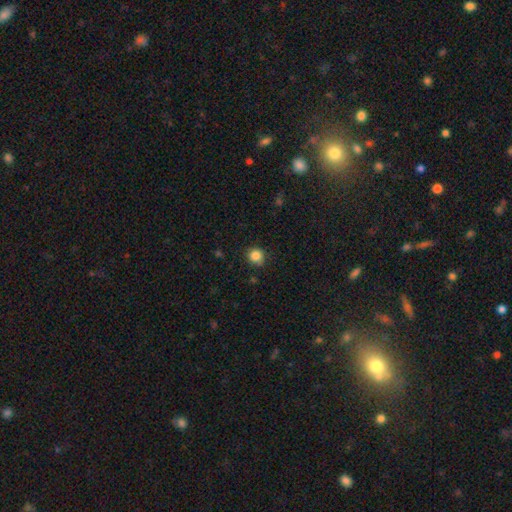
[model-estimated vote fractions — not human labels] The model was most divided on "merging": none: 84%, minor disturbance: 12%, major disturbance: 3%, merger: 2%. More confident: how rounded — round (91%); smooth or featured — smooth (85%).